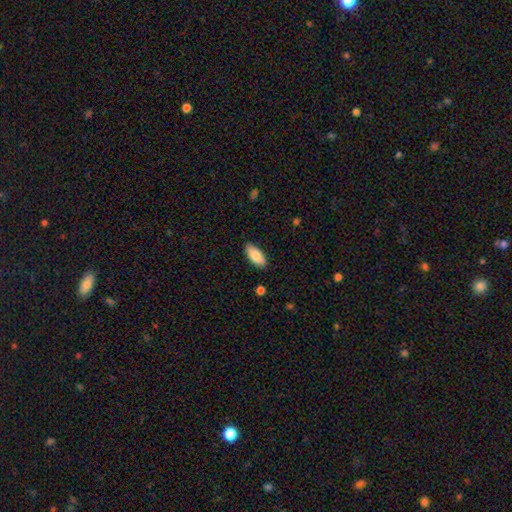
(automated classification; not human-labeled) A smooth galaxy with no disk features (85%) that is in between round and cigar-shaped (86%). Merging: none (85%).